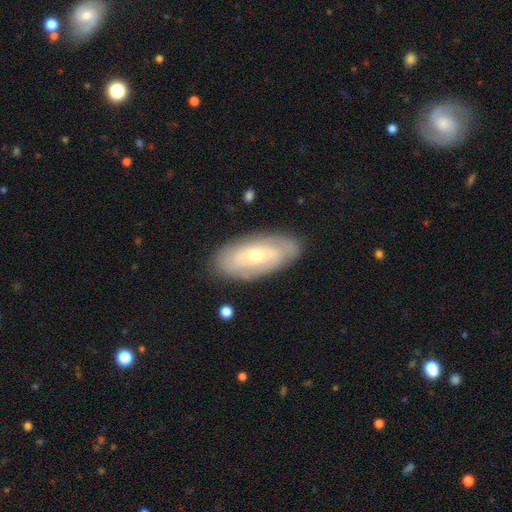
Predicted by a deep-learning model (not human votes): The model was most divided on "bulge size": moderate: 52%, small: 44%, large: 3%, none: 1%, dominant: 1%. More confident: edge-on disk — no (89%); merging — none (81%); spiral arms — yes (66%); smooth or featured — featured or disk (64%); bar — no (60%).